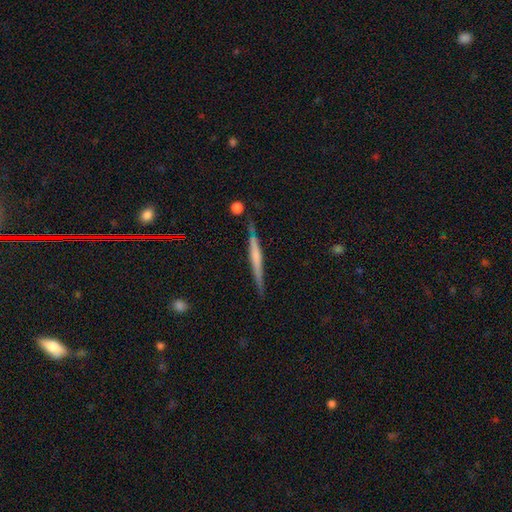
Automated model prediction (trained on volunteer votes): A featured or disk galaxy (55%) viewed edge-on (96%) with no central bulge (60%).

Vote fractions:
- Smooth or featured? featured or disk: 55% / smooth: 38% / star or artifact: 6%
- Edge-on disk? yes: 96% / no: 4%
- Edge-on bulge? none: 60% / rounded: 22% / boxy: 18%
- Merging? none: 77% / minor disturbance: 16% / merger: 4% / major disturbance: 3%